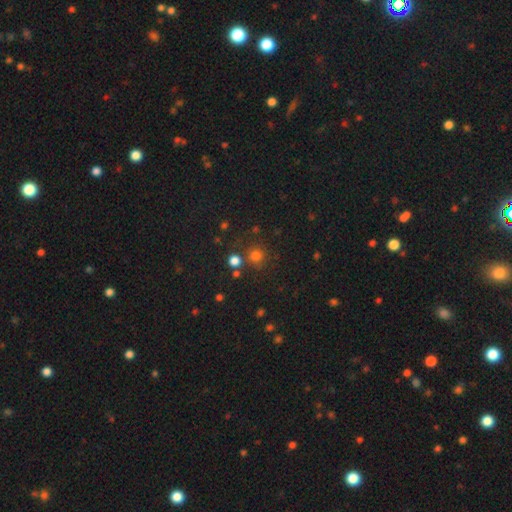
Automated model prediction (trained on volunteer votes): Morphology: type=smooth (75%); roundness=round (89%); merging=none (75%).